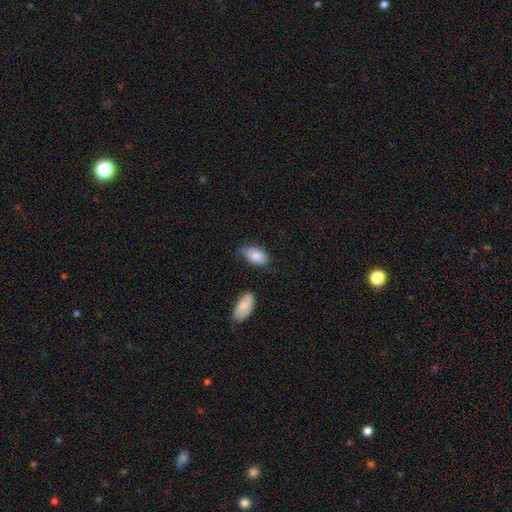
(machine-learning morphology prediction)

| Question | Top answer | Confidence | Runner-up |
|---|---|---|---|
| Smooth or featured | smooth | 84% | featured or disk (10%) |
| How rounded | in between | 94% | round (4%) |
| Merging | none | 58% | minor disturbance (32%) |